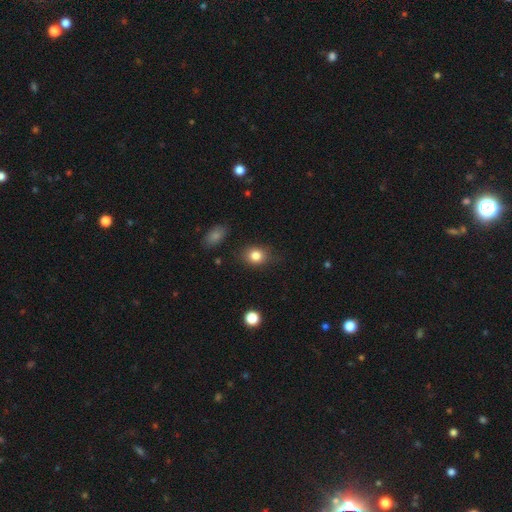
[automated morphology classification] type=smooth (83%); roundness=round (59%); merging=none (81%).